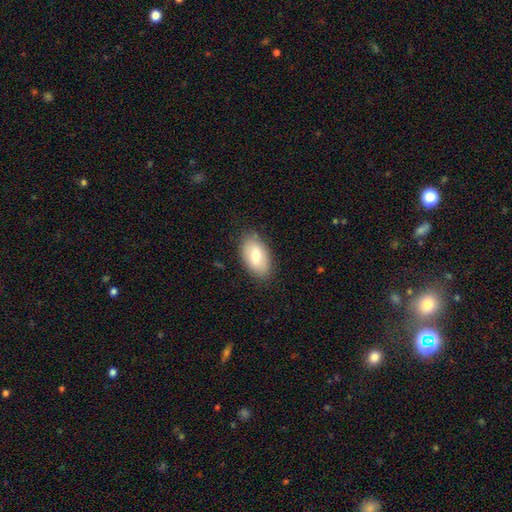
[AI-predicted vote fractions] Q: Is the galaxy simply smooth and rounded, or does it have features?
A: smooth — 72%.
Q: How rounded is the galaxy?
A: in between — 93%.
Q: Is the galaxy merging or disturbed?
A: none — 83%.